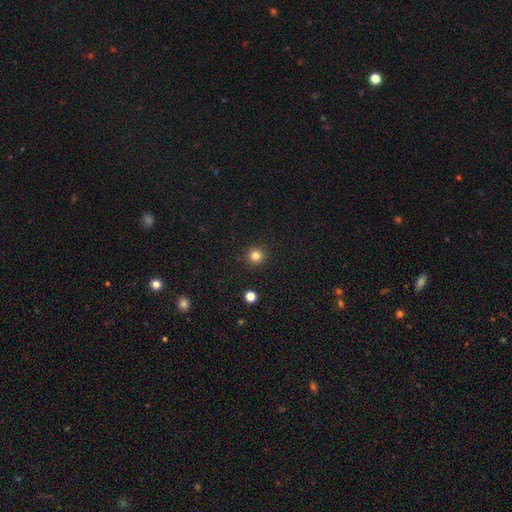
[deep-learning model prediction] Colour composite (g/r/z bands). It shows a smooth galaxy with no disk features (82%) that is round (95%). Merging: none (92%).